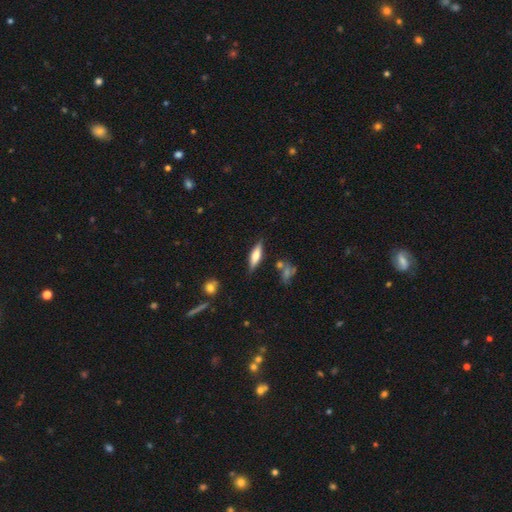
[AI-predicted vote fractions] smooth-or-featured: smooth: 59% | featured or disk: 34% | star or artifact: 7%
  how-rounded: cigar-shaped: 56% | in between: 42% | round: 2%
  merging: none: 78% | minor disturbance: 14% | merger: 5% | major disturbance: 4%